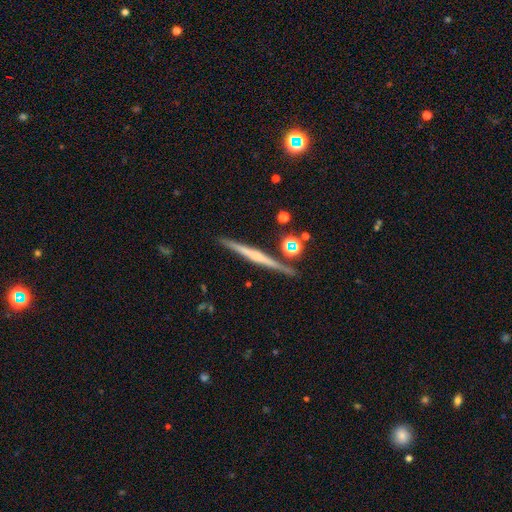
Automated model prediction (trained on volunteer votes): Smooth or featured? Predicted: featured or disk (p=0.69). Edge-on disk? Predicted: yes (p=0.98). Edge-on bulge? Predicted: none (p=0.42). Merging? Predicted: none (p=0.87).